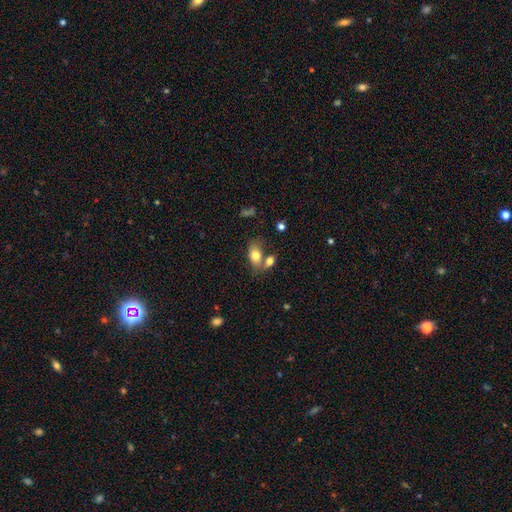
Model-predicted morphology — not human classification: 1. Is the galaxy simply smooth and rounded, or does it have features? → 76% smooth, 15% featured or disk, 9% star or artifact.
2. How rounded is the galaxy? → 84% in between, 14% round, 2% cigar-shaped.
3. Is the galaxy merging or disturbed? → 43% none, 36% merger, 15% minor disturbance, 7% major disturbance.